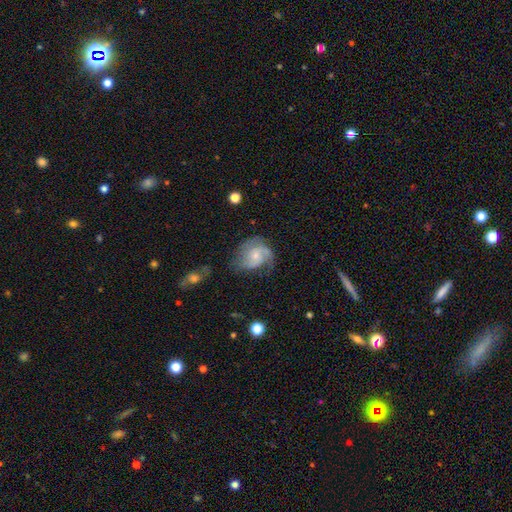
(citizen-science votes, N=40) featured or disk 65%, smooth 30%, star or artifact 5%. Down the decision tree: edge-on disk — no (100%); bar — no (62%); spiral arms — yes (96%); spiral arm count — 2 (56%); spiral winding — medium (52%); bulge size — small (69%); merging — none (39%, tied with minor disturbance).